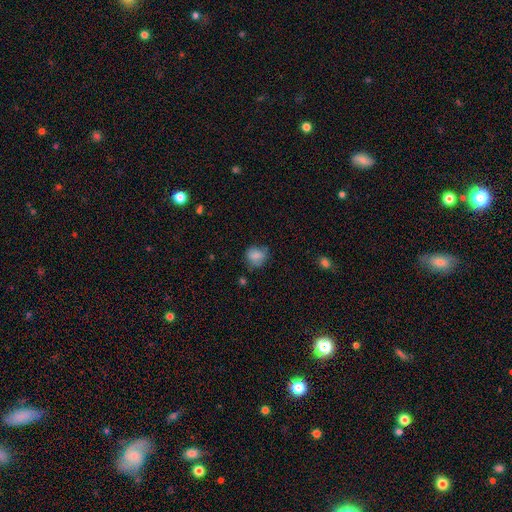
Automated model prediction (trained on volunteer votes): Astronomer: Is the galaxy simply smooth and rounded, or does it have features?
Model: smooth — 81%.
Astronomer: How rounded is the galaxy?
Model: round — 67%.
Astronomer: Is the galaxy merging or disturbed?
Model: none — 67%.